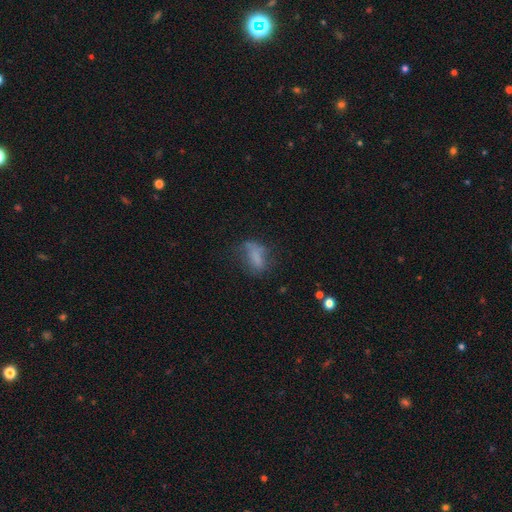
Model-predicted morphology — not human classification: The model was most divided on "merging": none: 38%, major disturbance: 30%, minor disturbance: 27%, merger: 5%. More confident: how rounded — in between (77%); smooth or featured — smooth (61%).